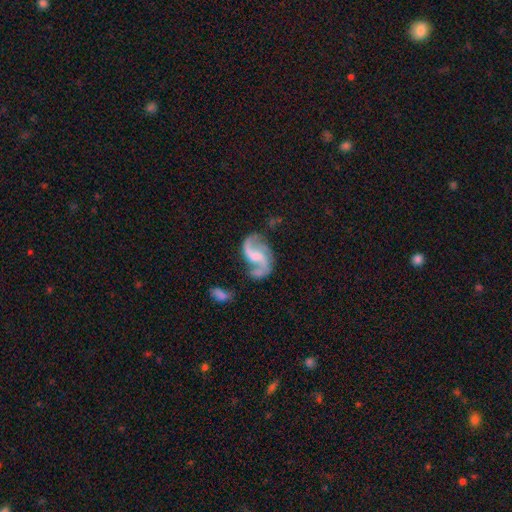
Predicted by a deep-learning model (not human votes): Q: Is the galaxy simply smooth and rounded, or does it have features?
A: featured or disk — 89%.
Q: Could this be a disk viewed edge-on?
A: no — 98%.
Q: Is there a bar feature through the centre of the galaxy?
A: weak — 48%.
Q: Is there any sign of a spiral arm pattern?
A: yes — 96%.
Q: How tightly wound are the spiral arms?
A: loose — 65%.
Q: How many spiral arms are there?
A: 2 — 91%.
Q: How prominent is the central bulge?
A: none — 40%.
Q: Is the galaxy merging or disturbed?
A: none — 56%.